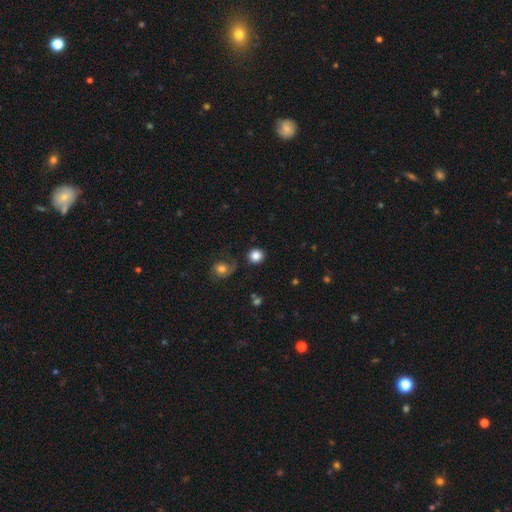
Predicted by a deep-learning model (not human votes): smooth_or_featured: smooth (p=0.84) [alt: star or artifact p=0.09]
how_rounded: round (p=0.91) [alt: in between p=0.08]
merging: none (p=0.81) [alt: minor disturbance p=0.11]